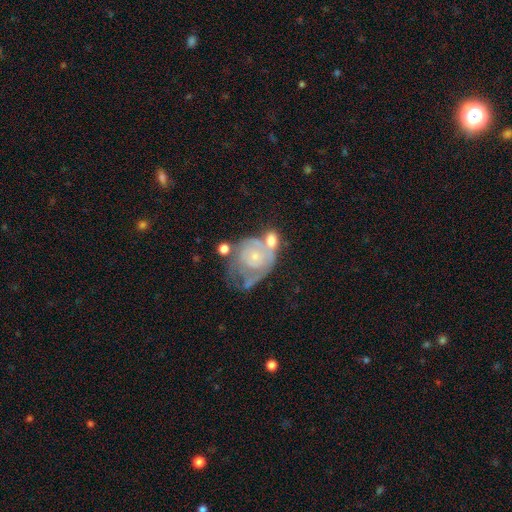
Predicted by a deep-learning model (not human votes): Smooth or featured: featured or disk — 70% (smooth — 23%)
Edge-on disk: no — 97% (yes — 3%)
Bar: no — 83% (weak — 15%)
Spiral arms: yes — 69% (no — 31%)
Bulge size: small — 71% (moderate — 19%)
Merging: merger — 30% (none — 25%)